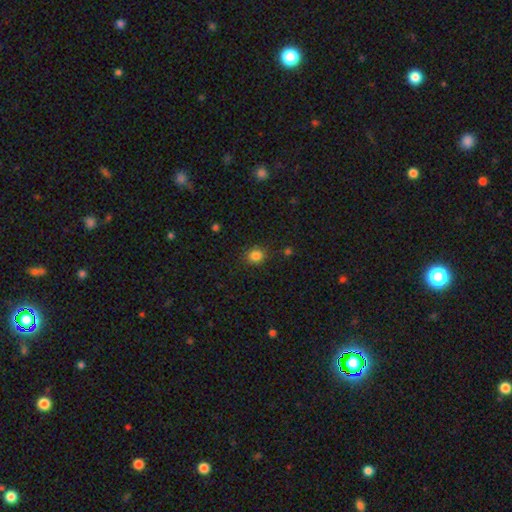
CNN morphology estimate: Overall: smooth (84%). How rounded: round (71%). Merging: none (85%).